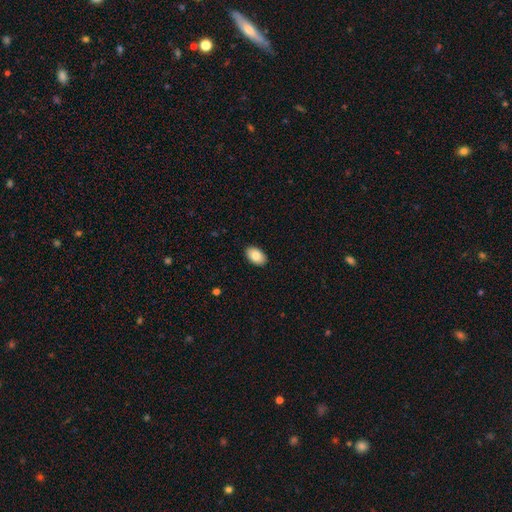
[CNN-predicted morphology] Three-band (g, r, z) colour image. It shows a smooth galaxy with no disk features (84%) that is in between round and cigar-shaped (93%). Merging: none (90%).